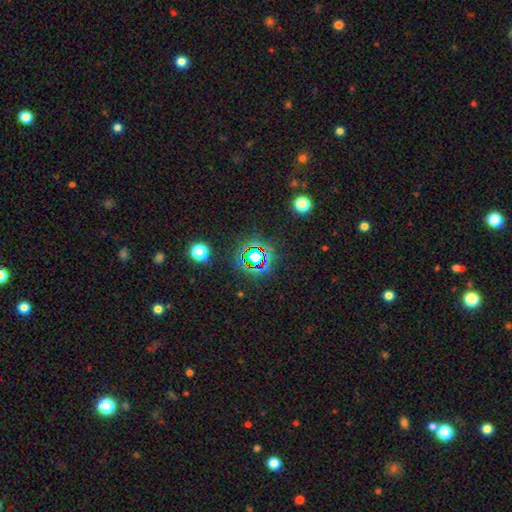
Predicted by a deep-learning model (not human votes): Smooth or featured: star or artifact — 71% (smooth — 18%)